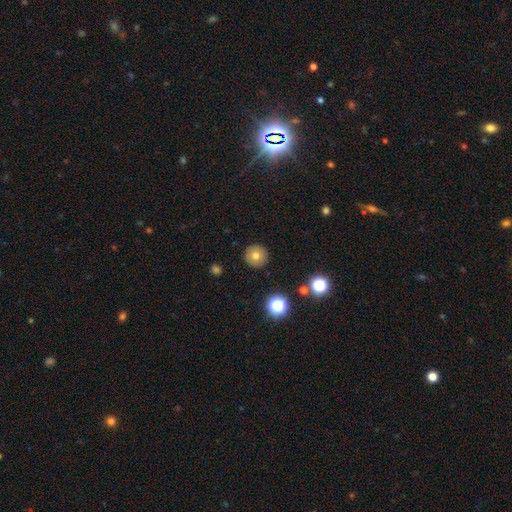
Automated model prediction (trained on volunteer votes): Smooth or featured? smooth (74%)
How rounded? round (95%)
Merging? none (92%)